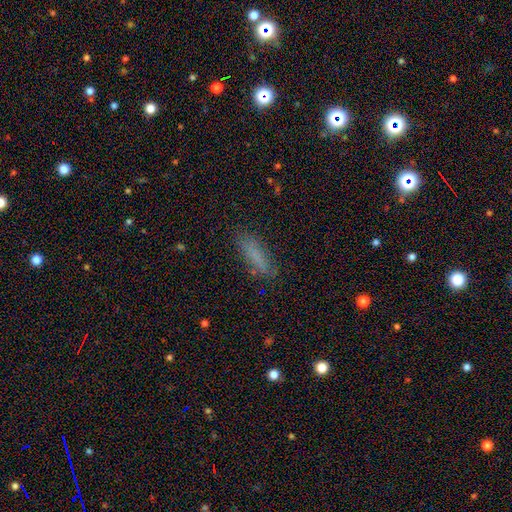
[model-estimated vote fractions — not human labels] A smooth galaxy with no disk features (76%) that is cigar-shaped (65%). Merging: none (81%).